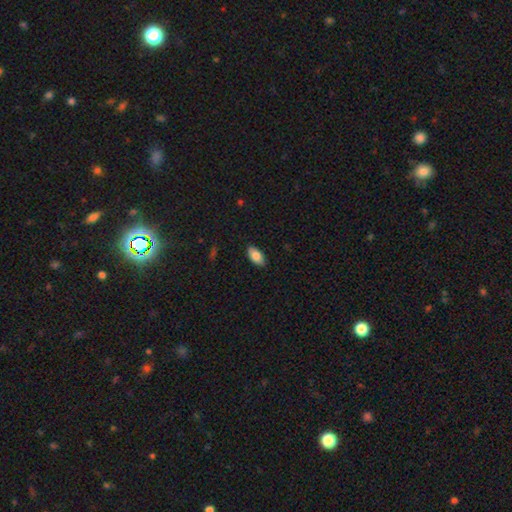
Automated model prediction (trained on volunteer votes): A smooth galaxy with no disk features (83%) that is in between round and cigar-shaped (93%). Merging: none (87%).